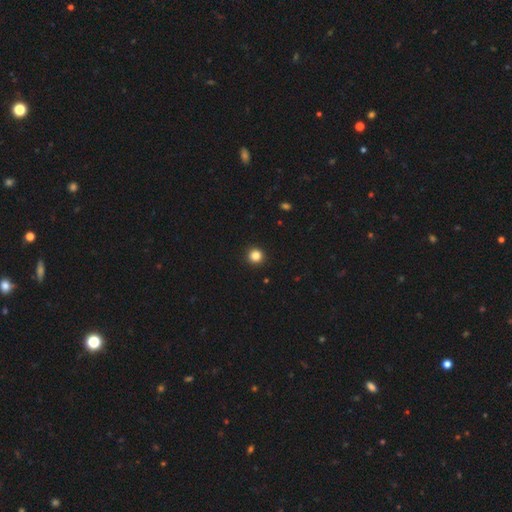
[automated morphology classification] Smooth or featured?
  - smooth: 84% *
  - star or artifact: 12%
  - featured or disk: 4%
How rounded?
  - round: 96% *
  - in between: 3%
  - cigar-shaped: 1%
Merging?
  - none: 94% *
  - minor disturbance: 4%
  - major disturbance: 1%
  - merger: 1%